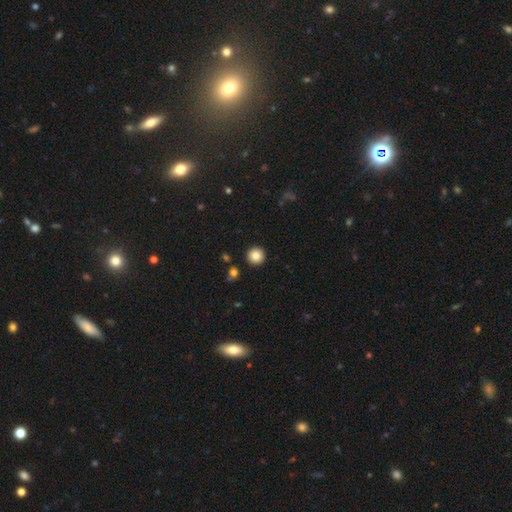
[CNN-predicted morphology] Smooth or featured? smooth (85%)
How rounded? round (95%)
Merging? none (93%)